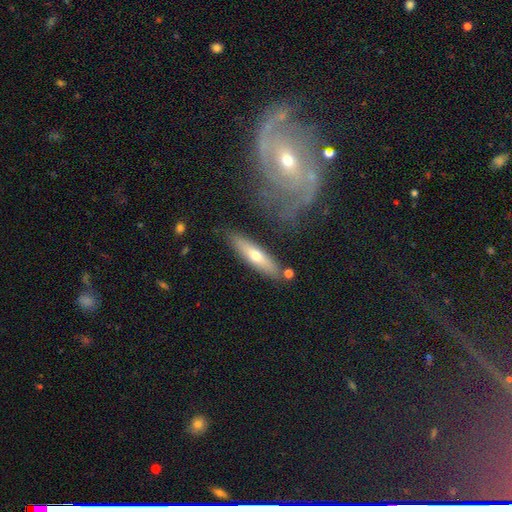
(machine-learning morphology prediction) Smooth or featured? Predicted: smooth (p=0.53). How rounded? Predicted: cigar-shaped (p=0.74). Merging? Predicted: none (p=0.80).